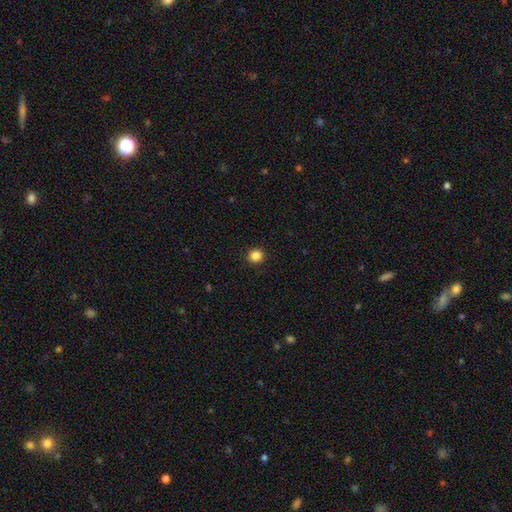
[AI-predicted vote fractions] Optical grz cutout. It shows a smooth galaxy with no disk features (85%) that is round (89%). Merging: none (92%).